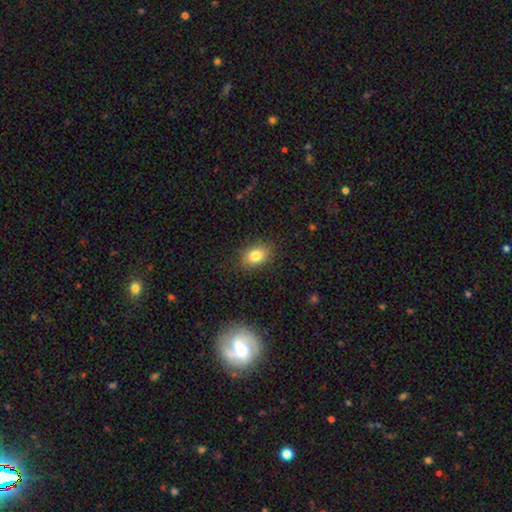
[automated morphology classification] smooth 82%, star or artifact 9%, featured or disk 9%. Down the decision tree: how rounded — in between (77%); merging — none (85%).